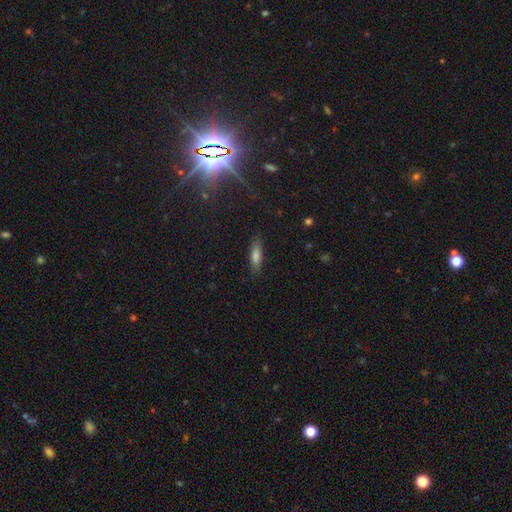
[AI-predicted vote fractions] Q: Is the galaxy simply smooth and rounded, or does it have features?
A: smooth — 73%.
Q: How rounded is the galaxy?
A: cigar-shaped — 62%.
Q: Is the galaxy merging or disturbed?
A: none — 85%.